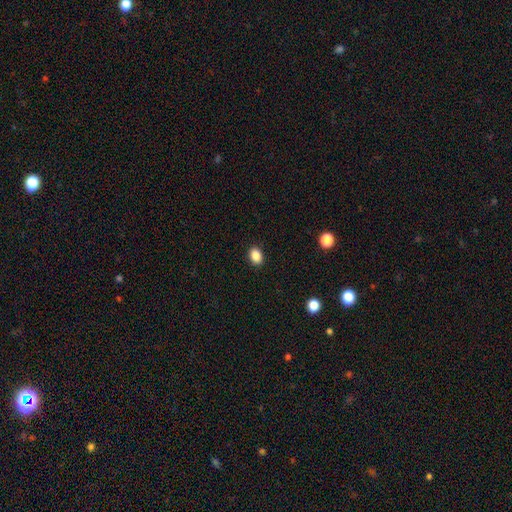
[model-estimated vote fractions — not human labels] A smooth galaxy with no disk features (87%) that is in between round and cigar-shaped (72%). Merging: none (90%).